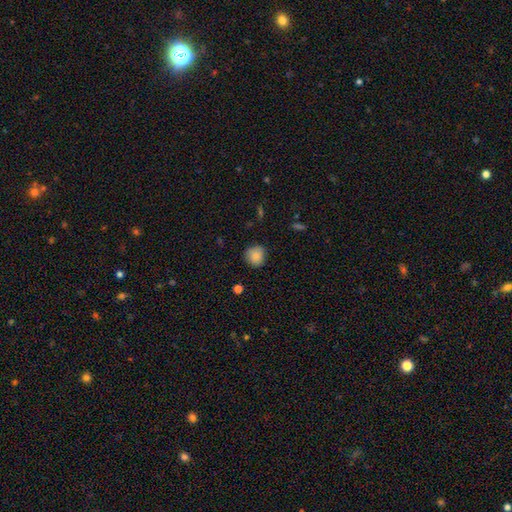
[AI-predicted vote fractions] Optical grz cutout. It shows a smooth galaxy with no disk features (86%) that is round (87%). Merging: none (80%).